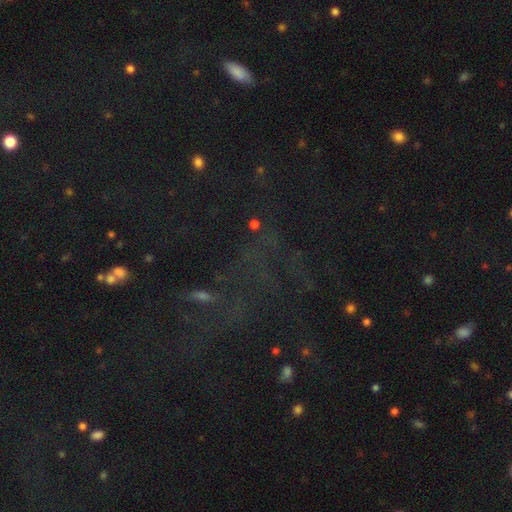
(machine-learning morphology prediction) Smooth or featured? Predicted: star or artifact (p=0.63).